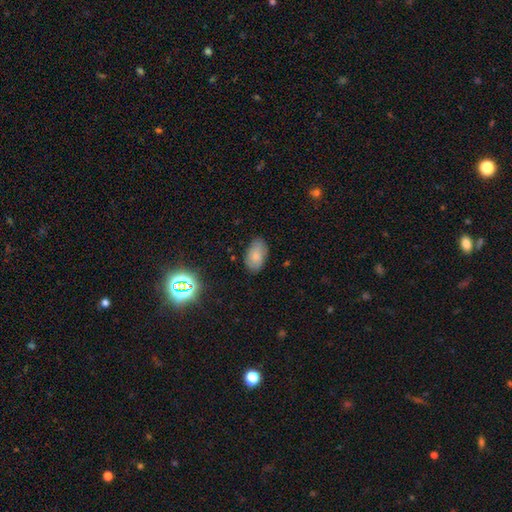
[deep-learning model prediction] smooth-or-featured: smooth: 79% | featured or disk: 11% | star or artifact: 10%
  how-rounded: in between: 93% | round: 6% | cigar-shaped: 2%
  merging: none: 81% | minor disturbance: 14% | major disturbance: 3% | merger: 1%